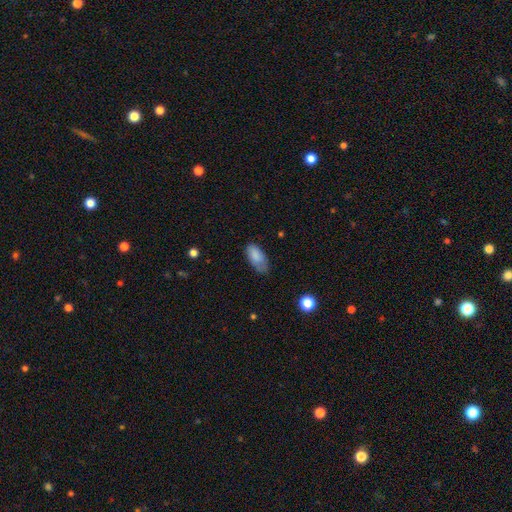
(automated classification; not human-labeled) smooth-or-featured: smooth: 83% | featured or disk: 10% | star or artifact: 7%
  how-rounded: in between: 92% | cigar-shaped: 6% | round: 3%
  merging: none: 54% | minor disturbance: 34% | major disturbance: 10% | merger: 2%